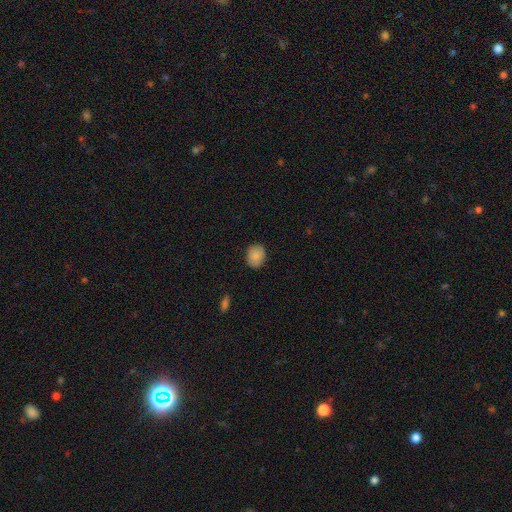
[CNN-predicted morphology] Q: Smooth or featured?
A: smooth (82%); runner-up: featured or disk (11%)
Q: How rounded?
A: in between (51%); runner-up: round (48%)
Q: Merging?
A: none (84%); runner-up: minor disturbance (12%)